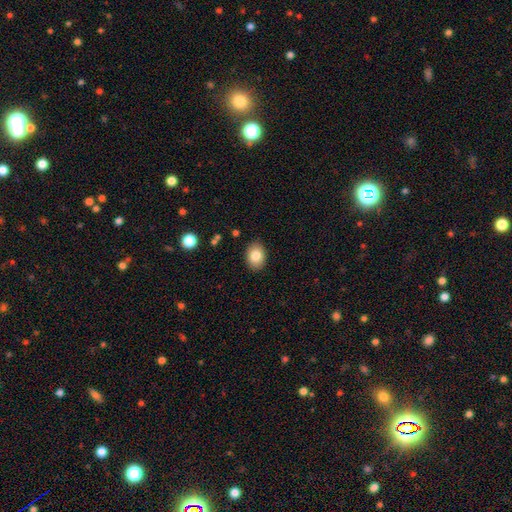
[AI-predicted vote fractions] smooth_or_featured: smooth (p=0.83) [alt: featured or disk p=0.09]
how_rounded: in between (p=0.71) [alt: round p=0.28]
merging: none (p=0.88) [alt: minor disturbance p=0.09]